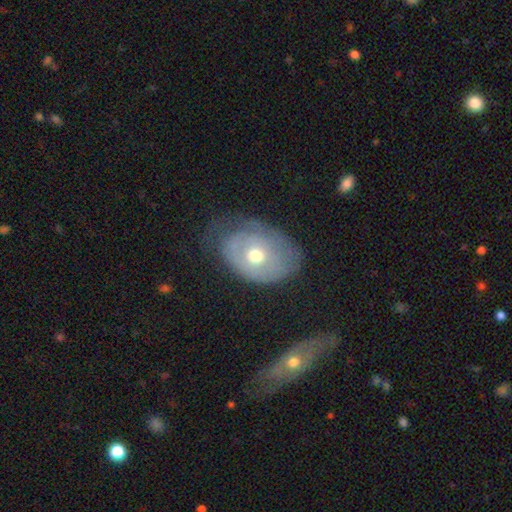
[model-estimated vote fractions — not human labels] A featured or disk galaxy (47%).

Vote fractions:
- Smooth or featured? featured or disk: 47% / smooth: 44% / star or artifact: 8%
- Merging? none: 51% / minor disturbance: 30% / major disturbance: 18% / merger: 2%